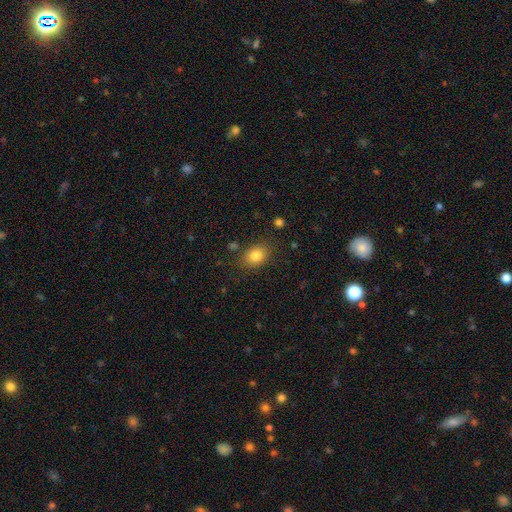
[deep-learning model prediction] Morphology: type=smooth (83%); roundness=in between (67%); merging=none (81%).